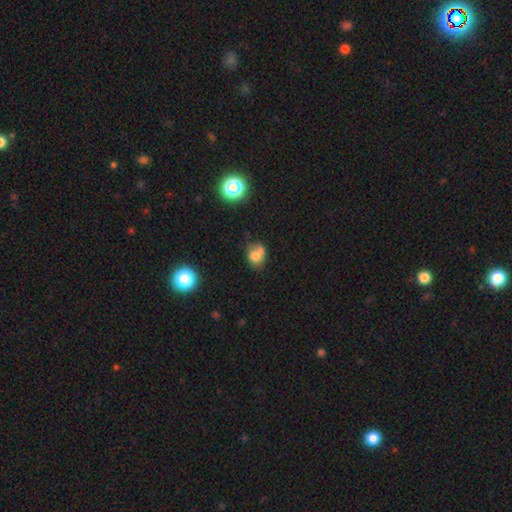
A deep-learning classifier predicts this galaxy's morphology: A smooth galaxy with no disk features (70%) that is round (61%). Merging: merger (43%).